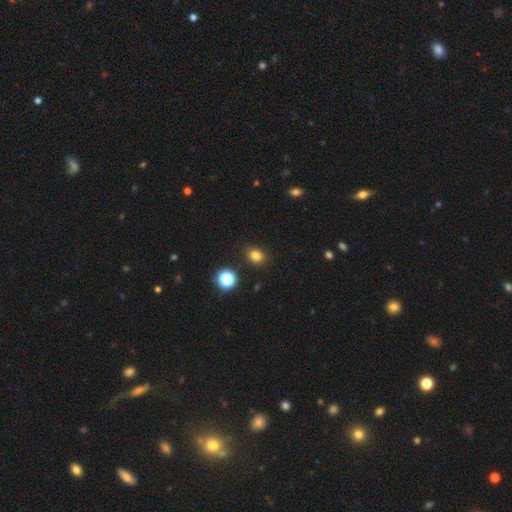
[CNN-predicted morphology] Smooth or featured?
  - smooth: 79% *
  - star or artifact: 15%
  - featured or disk: 6%
How rounded?
  - round: 50% *
  - in between: 49%
  - cigar-shaped: 1%
Merging?
  - none: 84% *
  - minor disturbance: 11%
  - major disturbance: 3%
  - merger: 2%